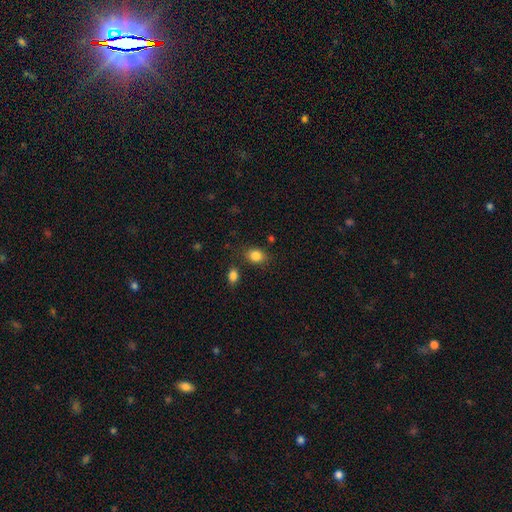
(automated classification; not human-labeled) smooth_or_featured: smooth (p=0.85) [alt: star or artifact p=0.10]
how_rounded: in between (p=0.59) [alt: round p=0.40]
merging: none (p=0.79) [alt: minor disturbance p=0.12]